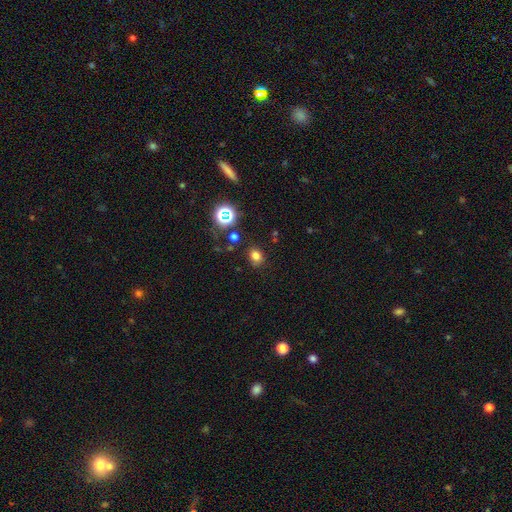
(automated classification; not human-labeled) The model was most divided on "how rounded": round: 54%, in between: 45%, cigar-shaped: 1%. More confident: merging — none (81%); smooth or featured — smooth (73%).